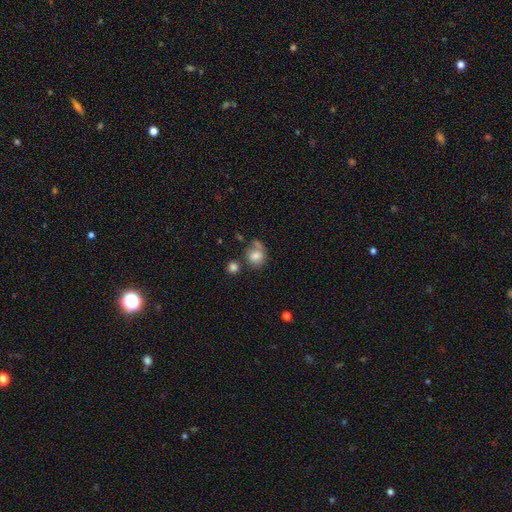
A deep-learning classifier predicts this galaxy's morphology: smooth-or-featured: smooth: 79% | featured or disk: 11% | star or artifact: 10%
  how-rounded: round: 79% | in between: 20% | cigar-shaped: 1%
  merging: none: 54% | merger: 21% | minor disturbance: 18% | major disturbance: 8%